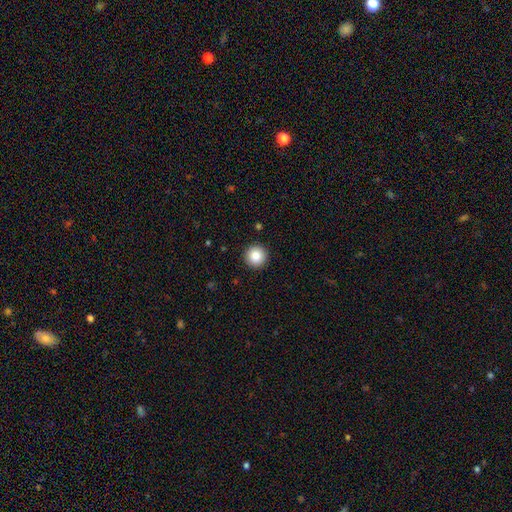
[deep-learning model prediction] Overall: smooth (86%). How rounded: round (96%). Merging: none (93%).